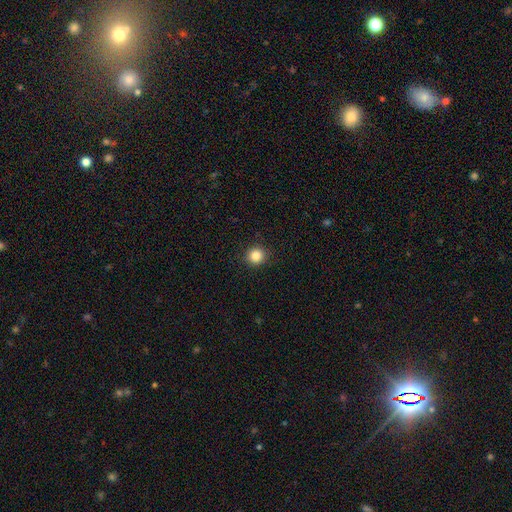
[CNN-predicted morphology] Smooth or featured? Predicted: smooth (p=0.84). How rounded? Predicted: round (p=0.92). Merging? Predicted: none (p=0.92).